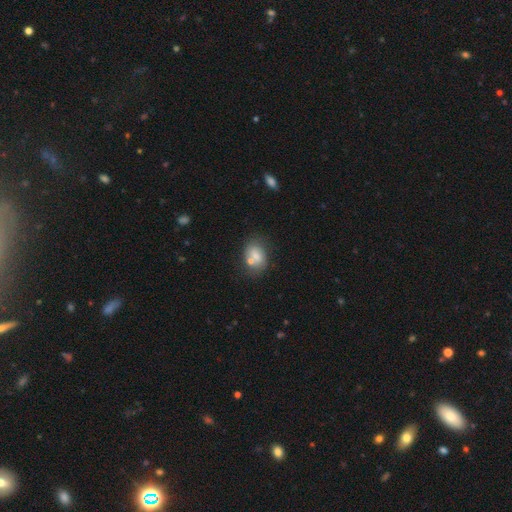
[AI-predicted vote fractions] Smooth or featured?
  - smooth: 69% *
  - featured or disk: 21%
  - star or artifact: 10%
How rounded?
  - in between: 68% *
  - round: 30%
  - cigar-shaped: 2%
Merging?
  - none: 52% *
  - merger: 24%
  - minor disturbance: 17%
  - major disturbance: 7%